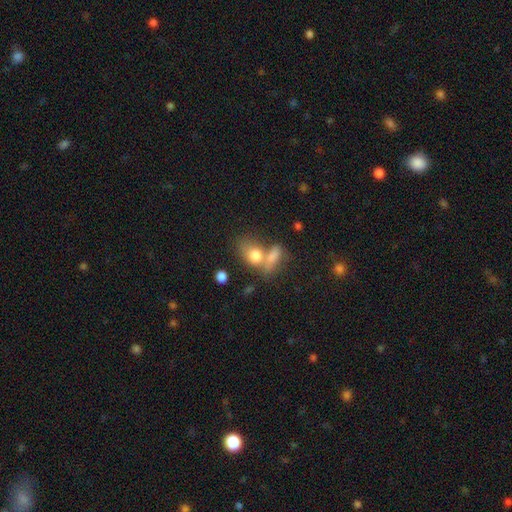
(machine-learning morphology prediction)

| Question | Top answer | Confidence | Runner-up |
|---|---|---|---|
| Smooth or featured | smooth | 77% | featured or disk (15%) |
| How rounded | in between | 73% | round (24%) |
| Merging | merger | 56% | none (26%) |